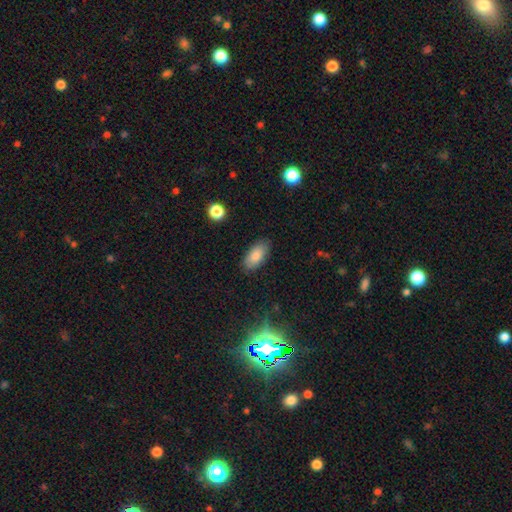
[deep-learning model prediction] This appears to be a smooth galaxy with no disk features (84%) that is in between round and cigar-shaped (93%). Merging: none (85%).